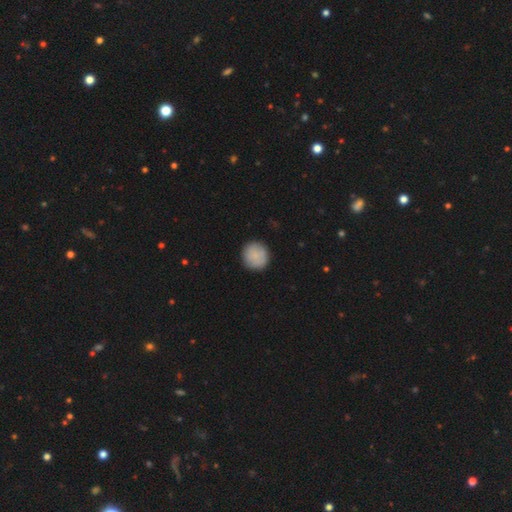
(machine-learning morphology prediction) This appears to be a smooth galaxy with no disk features (88%) that is round (94%). Merging: none (89%).